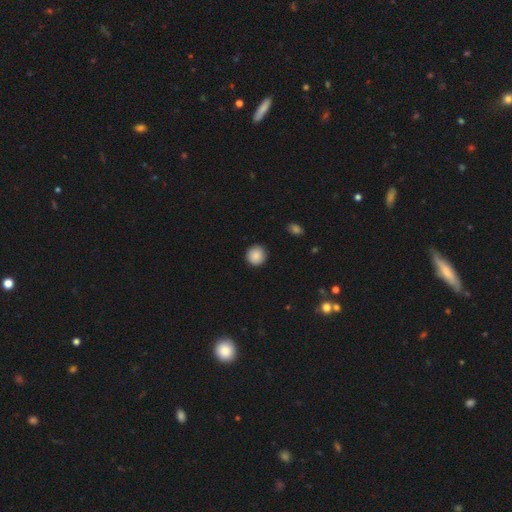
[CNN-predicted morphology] Smooth or featured?
  - smooth: 87% *
  - star or artifact: 8%
  - featured or disk: 5%
How rounded?
  - round: 94% *
  - in between: 5%
  - cigar-shaped: 1%
Merging?
  - none: 90% *
  - minor disturbance: 7%
  - major disturbance: 2%
  - merger: 1%